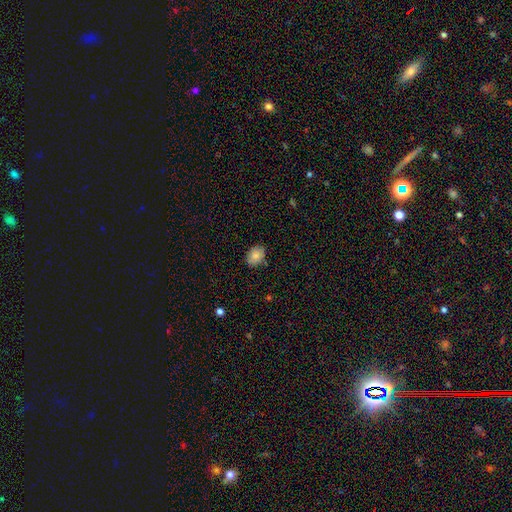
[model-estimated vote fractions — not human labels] Morphology: type=smooth (85%); roundness=in between (73%); merging=none (85%).